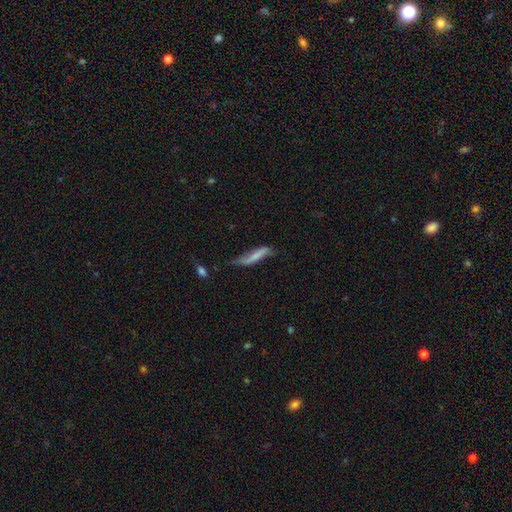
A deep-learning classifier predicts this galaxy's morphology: A smooth galaxy with no disk features (59%) that is cigar-shaped (78%).

Vote fractions:
- Smooth or featured? smooth: 59% / featured or disk: 34% / star or artifact: 7%
- How rounded? cigar-shaped: 78% / in between: 20% / round: 2%
- Merging? none: 41% / minor disturbance: 36% / major disturbance: 18% / merger: 5%